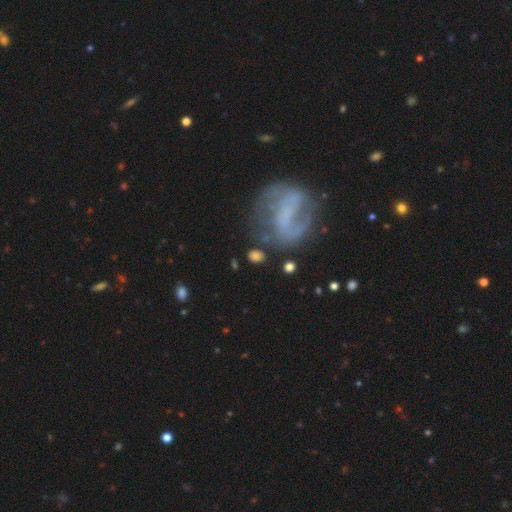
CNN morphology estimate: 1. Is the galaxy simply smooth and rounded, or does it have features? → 68% smooth, 21% featured or disk, 11% star or artifact.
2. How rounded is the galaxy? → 51% in between, 47% round, 3% cigar-shaped.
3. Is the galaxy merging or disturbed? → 72% none, 14% minor disturbance, 9% major disturbance, 6% merger.